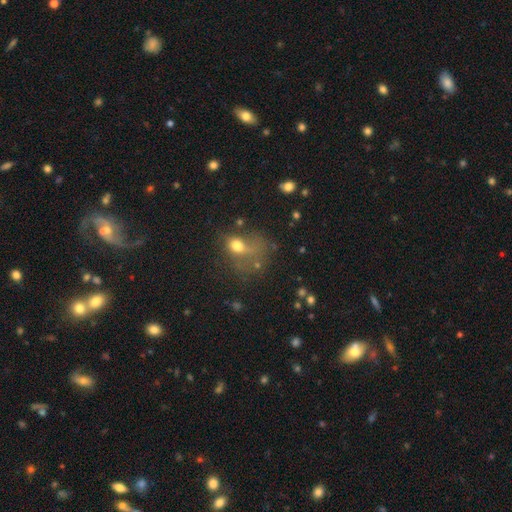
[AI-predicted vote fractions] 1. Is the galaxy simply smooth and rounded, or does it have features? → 43% smooth, 31% star or artifact, 26% featured or disk.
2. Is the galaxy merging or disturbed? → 44% none, 25% major disturbance, 19% minor disturbance, 13% merger.